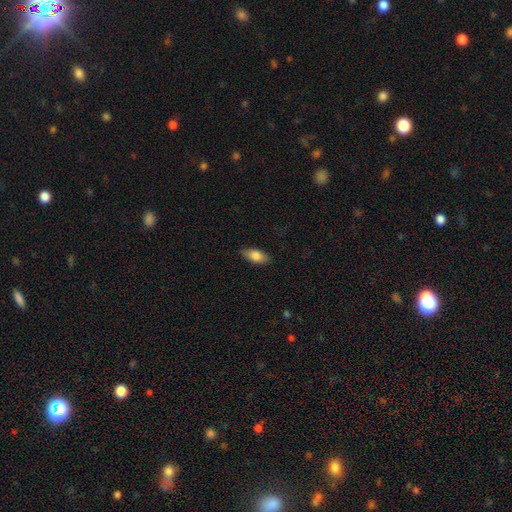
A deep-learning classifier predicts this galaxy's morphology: Smooth or featured? smooth (82%)
How rounded? in between (88%)
Merging? none (86%)